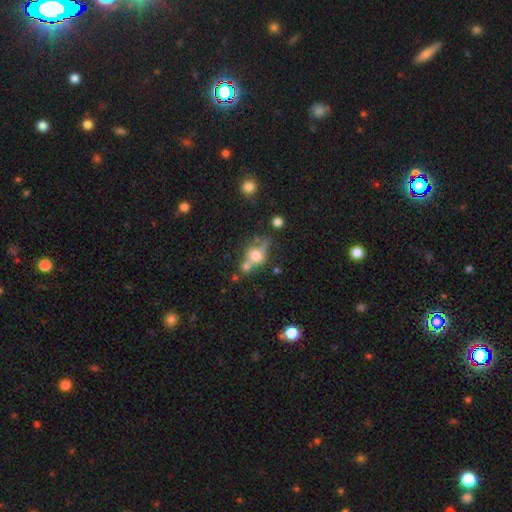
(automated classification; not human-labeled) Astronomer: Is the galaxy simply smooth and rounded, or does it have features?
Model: smooth — 49% (runner-up: featured or disk, 37%).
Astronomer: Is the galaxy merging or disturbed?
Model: none — 41% (runner-up: merger, 30%).